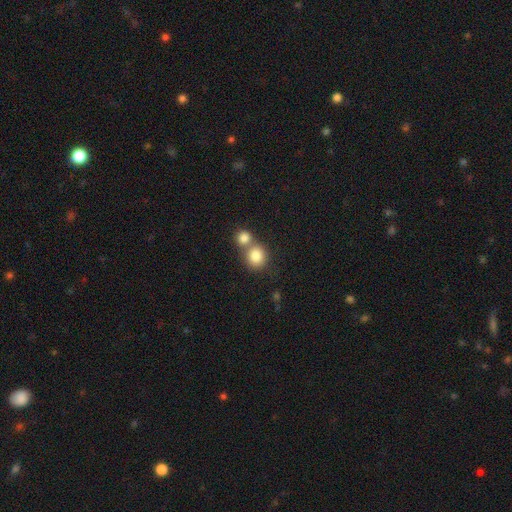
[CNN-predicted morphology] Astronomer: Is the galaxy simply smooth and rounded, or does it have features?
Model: smooth — 82%.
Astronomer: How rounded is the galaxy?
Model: round — 84%.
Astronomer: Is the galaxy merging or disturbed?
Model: merger — 50% (runner-up: none, 41%).